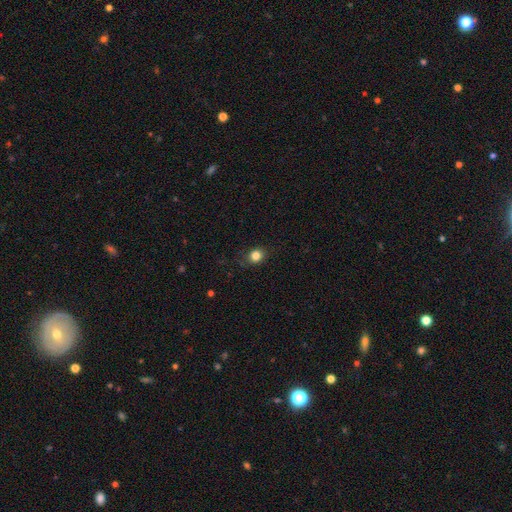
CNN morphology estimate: A smooth galaxy with no disk features (83%) that is round (66%). Merging: none (83%).